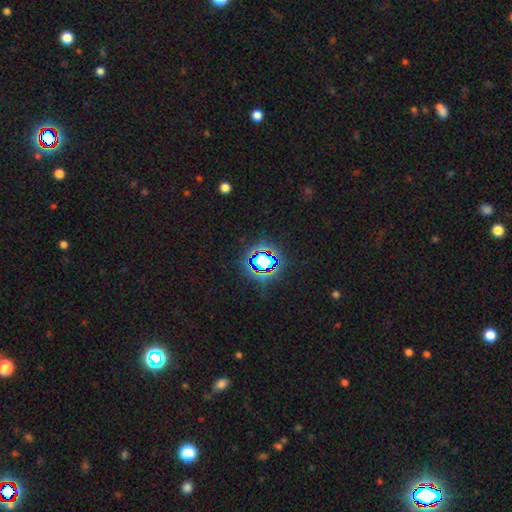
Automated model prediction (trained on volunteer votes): Smooth or featured? star or artifact (81%)